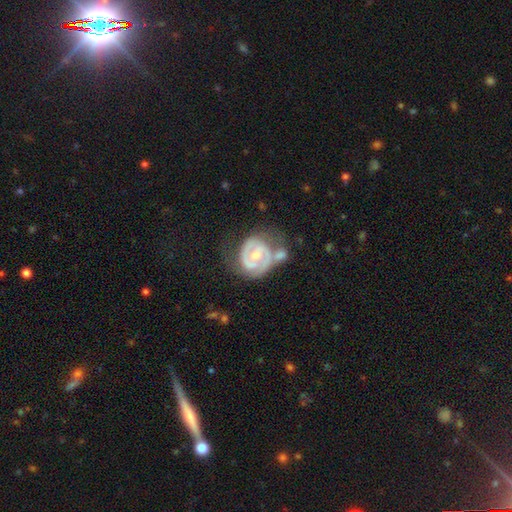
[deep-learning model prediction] smooth-or-featured: featured or disk: 80% | smooth: 15% | star or artifact: 5%
  disk-edge-on: no: 98% | yes: 2%
    bar: no: 48% | weak: 40% | strong: 11%
    has-spiral-arms: yes: 87% | no: 13%
      spiral-winding: tight: 60% | medium: 31% | loose: 9%
      spiral-arm-count: 2: 57% | can't tell: 18% | 1: 16% | 3: 6% | 4: 2% | more than 4: 2%
    bulge-size: moderate: 50% | small: 45% | none: 2% | large: 2% | dominant: 1%
  merging: none: 34% | merger: 25% | minor disturbance: 23% | major disturbance: 18%